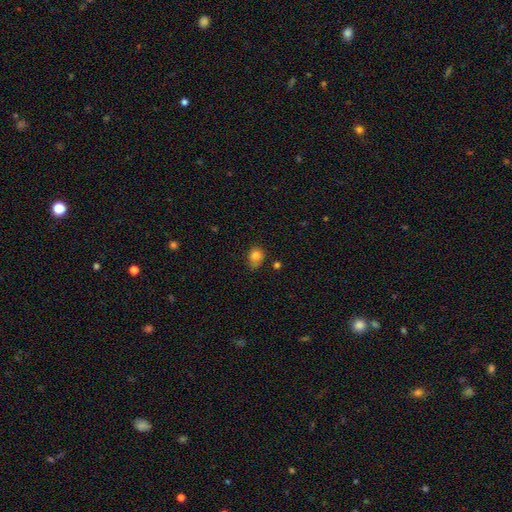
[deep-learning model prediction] Overall: smooth (82%). How rounded: round (59%; in between 40%). Merging: none (56%; minor disturbance 30%).